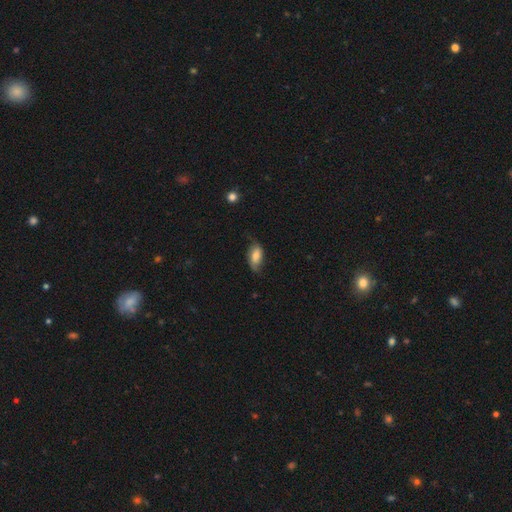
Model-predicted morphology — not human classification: smooth 65%, featured or disk 28%, star or artifact 7%. Down the decision tree: how rounded — in between (88%); merging — none (61%).